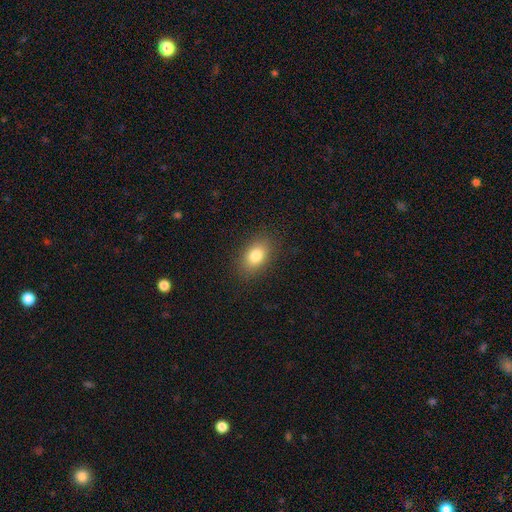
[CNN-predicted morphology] This is clearly a smooth galaxy (81%). How rounded: clearly in between (82%). Merging: clearly none (87%).